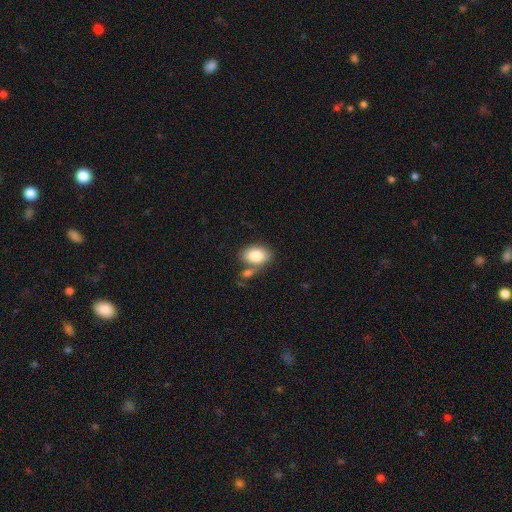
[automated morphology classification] Smooth or featured? Predicted: smooth (p=0.85). How rounded? Predicted: in between (p=0.84). Merging? Predicted: none (p=0.60).